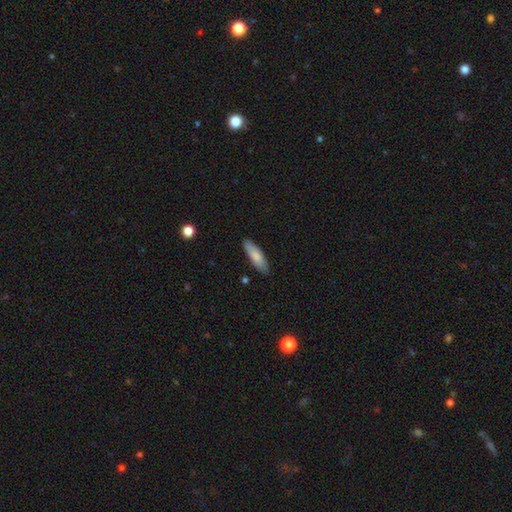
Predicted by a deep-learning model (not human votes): smooth_or_featured: smooth (p=0.82) [alt: featured or disk p=0.13]
how_rounded: cigar-shaped (p=0.54) [alt: in between p=0.44]
merging: none (p=0.86) [alt: minor disturbance p=0.11]